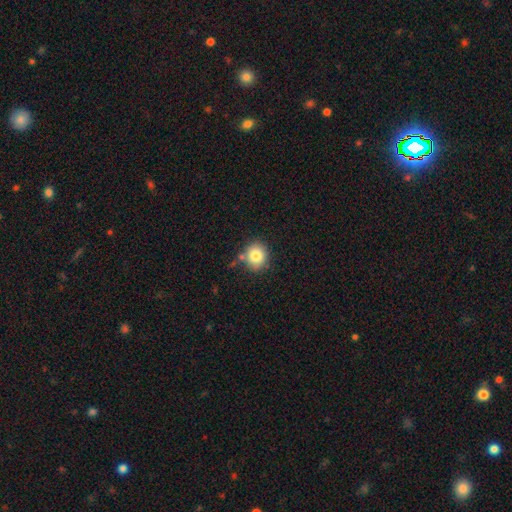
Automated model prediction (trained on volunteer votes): A smooth galaxy with no disk features (81%) that is round (78%). Merging: none (75%).